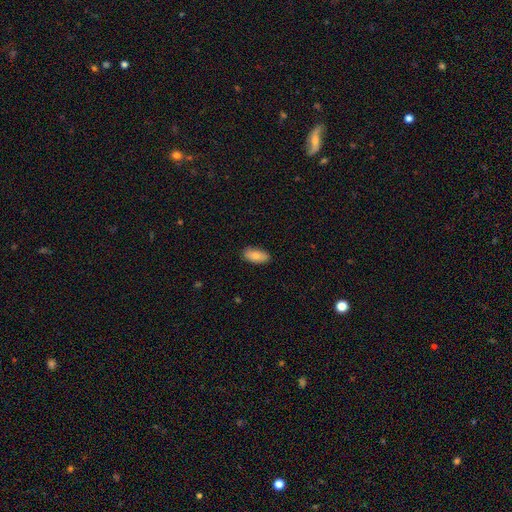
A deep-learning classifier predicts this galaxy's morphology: The model was most divided on "smooth or featured": smooth: 84%, featured or disk: 9%, star or artifact: 6%. More confident: how rounded — in between (90%); merging — none (87%).